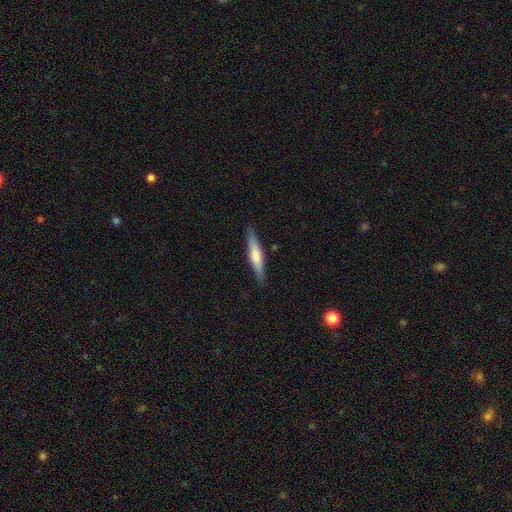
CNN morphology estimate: This is possibly a smooth galaxy (57%). How rounded: clearly cigar-shaped (89%). Merging: clearly none (87%).